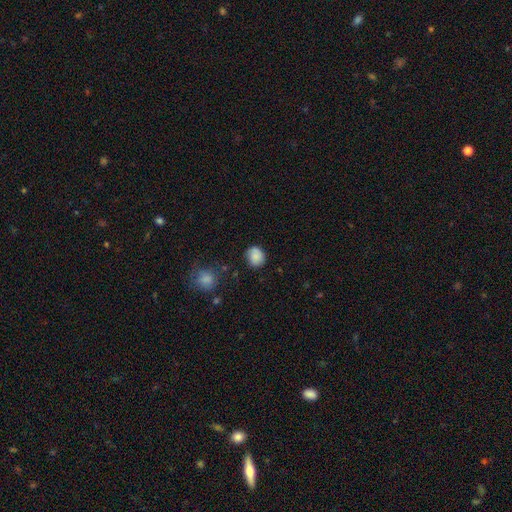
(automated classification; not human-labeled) A smooth galaxy with no disk features (83%) that is round (80%). Merging: none (77%).